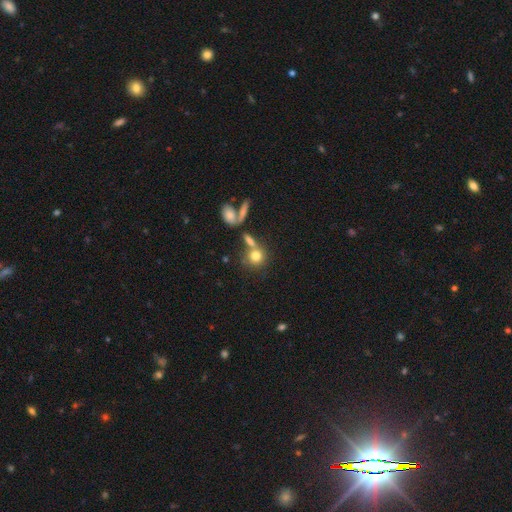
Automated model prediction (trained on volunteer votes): Smooth or featured? Predicted: smooth (p=0.74). How rounded? Predicted: round (p=0.79). Merging? Predicted: none (p=0.50).